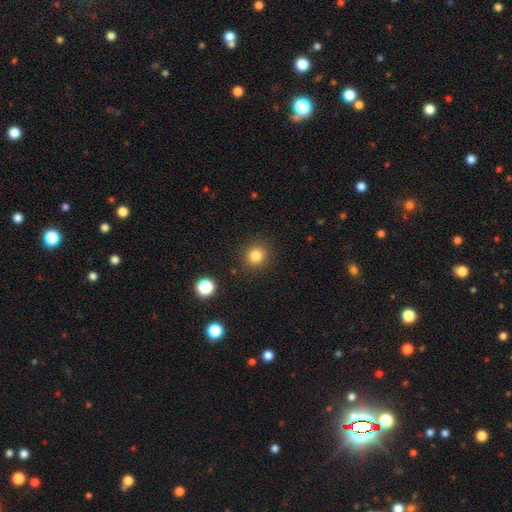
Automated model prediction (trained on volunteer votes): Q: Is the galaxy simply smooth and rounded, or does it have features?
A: smooth — 82%.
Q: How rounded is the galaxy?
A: round — 90%.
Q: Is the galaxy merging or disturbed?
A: none — 89%.